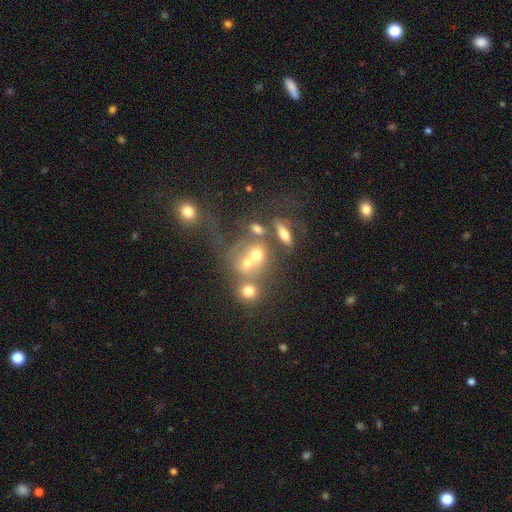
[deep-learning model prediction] smooth_or_featured: smooth (p=0.46) [alt: featured or disk p=0.32]
merging: merger (p=0.47) [alt: none p=0.30]